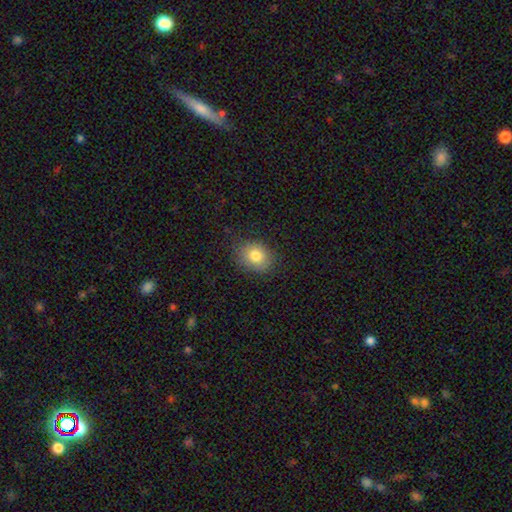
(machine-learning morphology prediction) Smooth or featured?
  - smooth: 80% *
  - featured or disk: 10%
  - star or artifact: 10%
How rounded?
  - round: 52% *
  - in between: 47%
  - cigar-shaped: 1%
Merging?
  - none: 80% *
  - minor disturbance: 15%
  - major disturbance: 4%
  - merger: 1%